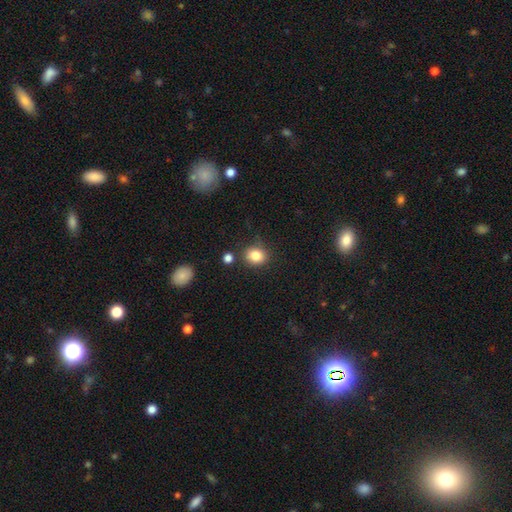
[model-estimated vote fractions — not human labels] Smooth or featured: smooth — 83% (star or artifact — 11%)
How rounded: round — 67% (in between — 32%)
Merging: none — 80% (minor disturbance — 11%)